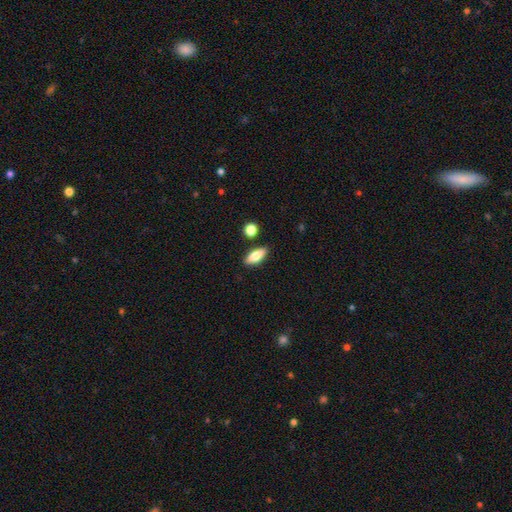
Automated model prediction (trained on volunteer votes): Q: Smooth or featured?
A: smooth (71%); runner-up: featured or disk (22%)
Q: How rounded?
A: in between (72%); runner-up: cigar-shaped (24%)
Q: Merging?
A: none (84%); runner-up: minor disturbance (9%)